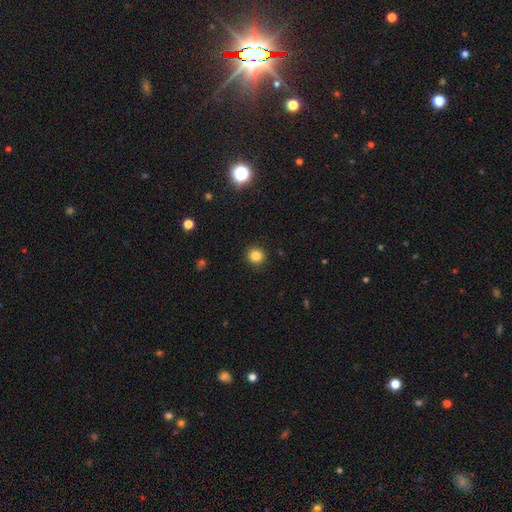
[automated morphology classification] type=smooth (84%); roundness=round (89%); merging=none (91%).